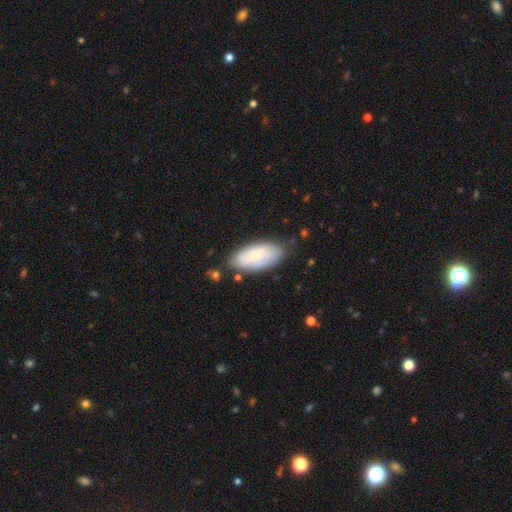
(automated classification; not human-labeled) Overall: smooth (58%; featured or disk 35%). How rounded: in between (89%). Merging: none (70%).